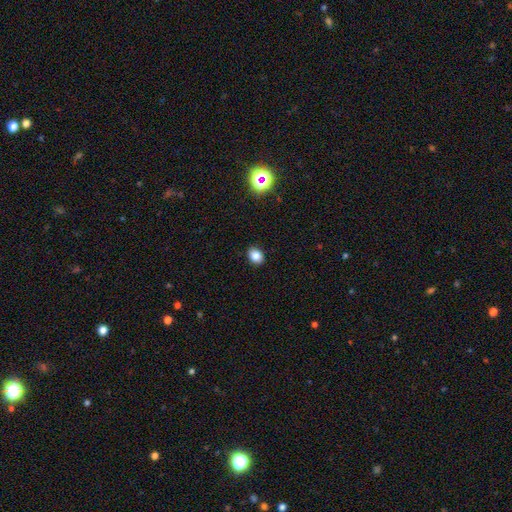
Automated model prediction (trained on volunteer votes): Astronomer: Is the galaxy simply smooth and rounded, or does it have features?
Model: smooth — 83%.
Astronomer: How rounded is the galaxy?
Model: in between — 62%.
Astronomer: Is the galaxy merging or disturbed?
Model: none — 88%.